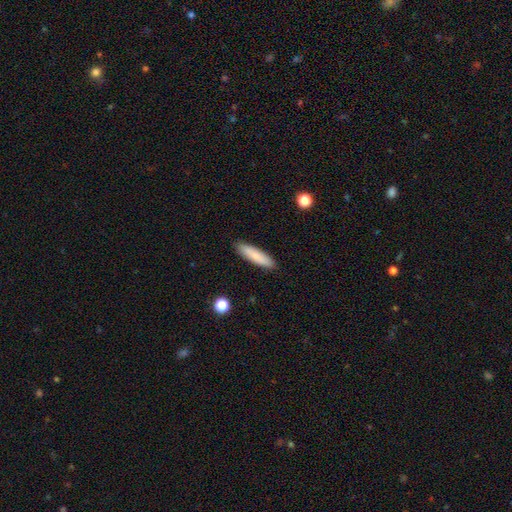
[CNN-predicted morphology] Smooth or featured: smooth — 81% (featured or disk — 13%)
How rounded: cigar-shaped — 76% (in between — 22%)
Merging: none — 90% (minor disturbance — 7%)